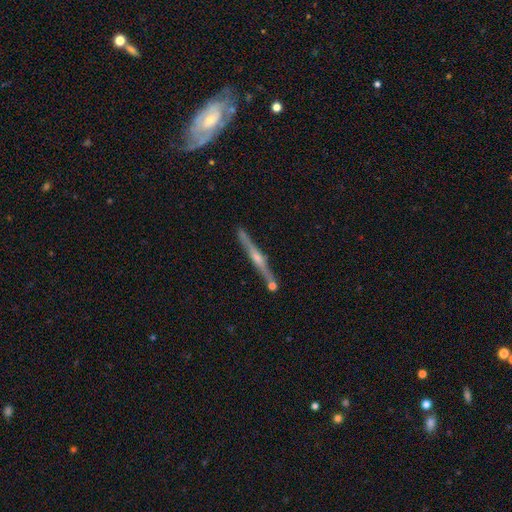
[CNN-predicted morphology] The model was most divided on "edge-on bulge": rounded: 81%, none: 12%, boxy: 7%. More confident: edge-on disk — yes (97%); merging — none (83%); smooth or featured — featured or disk (82%).